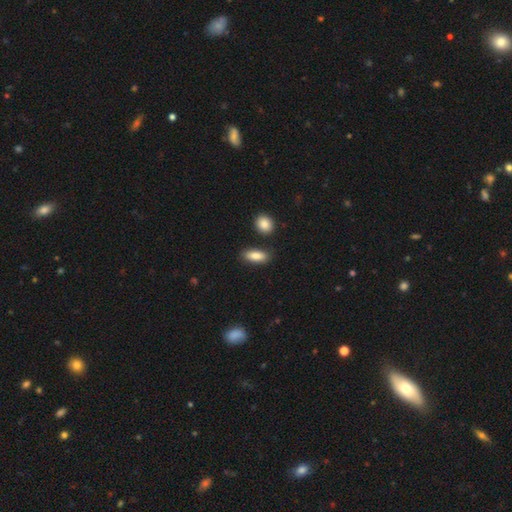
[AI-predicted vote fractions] A smooth galaxy with no disk features (86%) that is in between round and cigar-shaped (80%). Merging: none (82%).